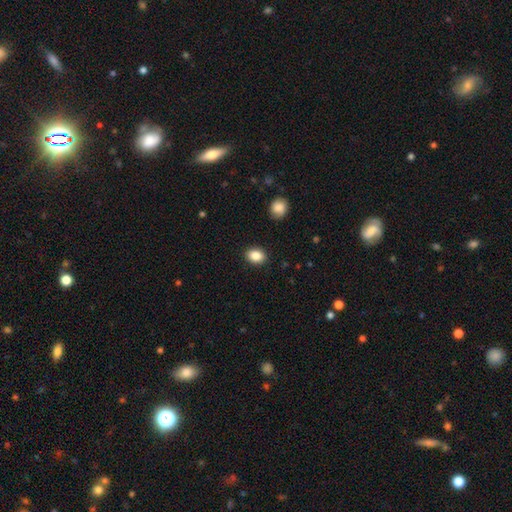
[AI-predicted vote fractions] Q: Smooth or featured?
A: smooth (87%); runner-up: star or artifact (9%)
Q: How rounded?
A: in between (63%); runner-up: round (36%)
Q: Merging?
A: none (90%); runner-up: minor disturbance (7%)